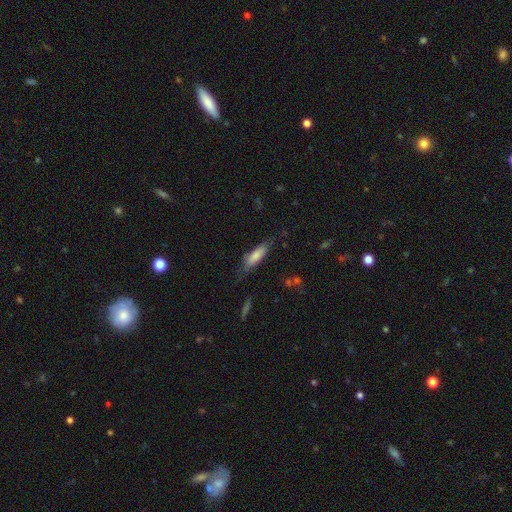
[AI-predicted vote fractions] This is likely a smooth galaxy (75%). How rounded: possibly cigar-shaped (58%). Merging: likely none (68%).